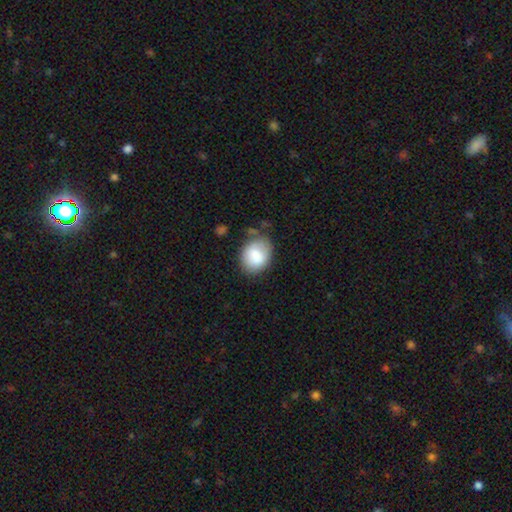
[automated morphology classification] Q: Smooth or featured?
A: smooth (83%); runner-up: featured or disk (10%)
Q: How rounded?
A: in between (58%); runner-up: round (41%)
Q: Merging?
A: none (64%); runner-up: minor disturbance (24%)